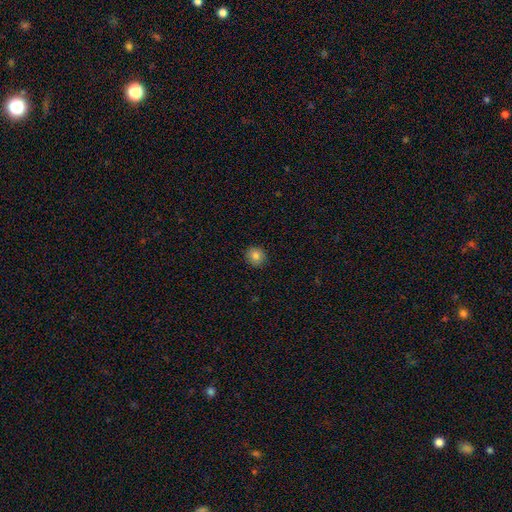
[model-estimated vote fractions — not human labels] A smooth galaxy with no disk features (83%) that is round (86%). Merging: none (91%).